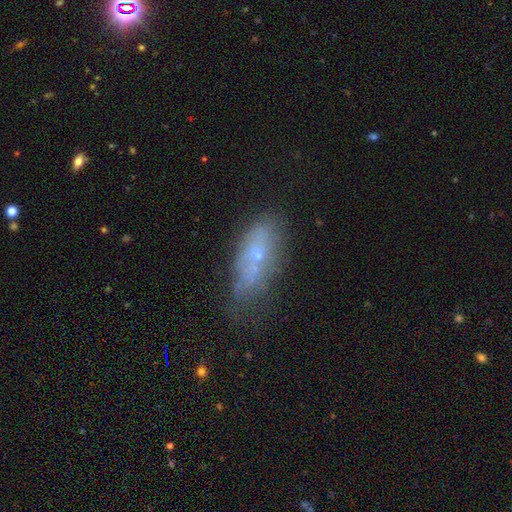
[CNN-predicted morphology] This appears to be a smooth galaxy with no disk features (47%). Merging: none (46%).